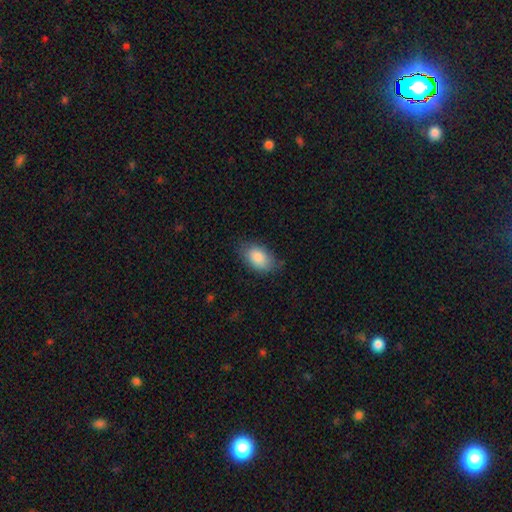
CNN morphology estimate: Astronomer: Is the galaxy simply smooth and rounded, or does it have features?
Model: smooth — 87%.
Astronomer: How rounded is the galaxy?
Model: in between — 90%.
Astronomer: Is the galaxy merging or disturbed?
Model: none — 77%.